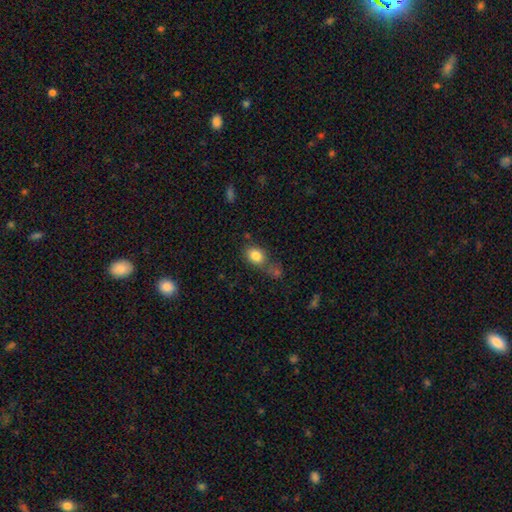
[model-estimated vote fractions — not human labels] Overall: smooth (83%). How rounded: in between (62%; round 36%). Merging: none (58%).